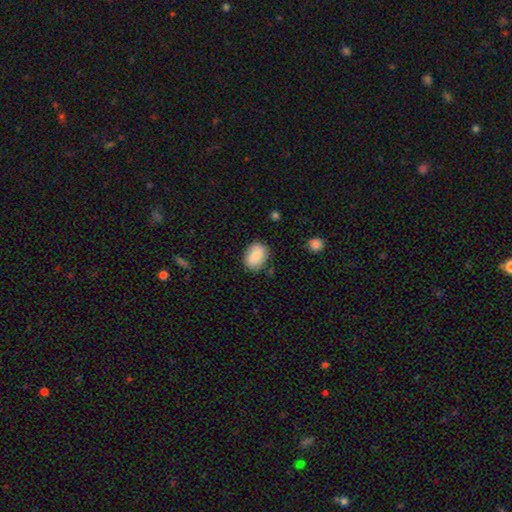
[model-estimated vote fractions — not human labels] Smooth or featured: smooth — 80% (featured or disk — 13%)
How rounded: in between — 67% (round — 32%)
Merging: none — 78% (minor disturbance — 16%)